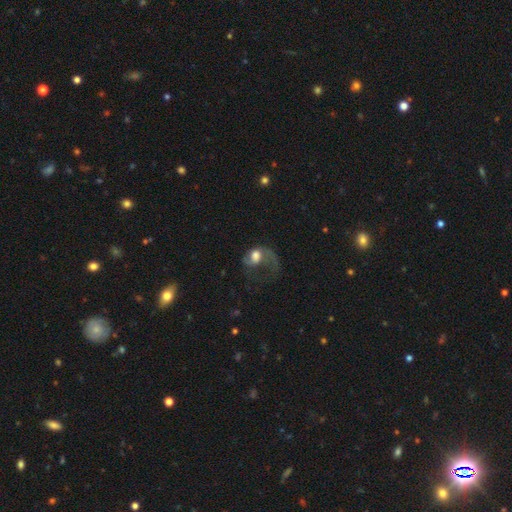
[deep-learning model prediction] smooth-or-featured: featured or disk: 54% | smooth: 37% | star or artifact: 9%
  disk-edge-on: no: 97% | yes: 3%
    bar: no: 70% | weak: 25% | strong: 5%
    has-spiral-arms: yes: 77% | no: 23%
    bulge-size: large: 42% | moderate: 37% | dominant: 10% | small: 7% | none: 5%
  merging: major disturbance: 62% | none: 22% | minor disturbance: 13% | merger: 3%